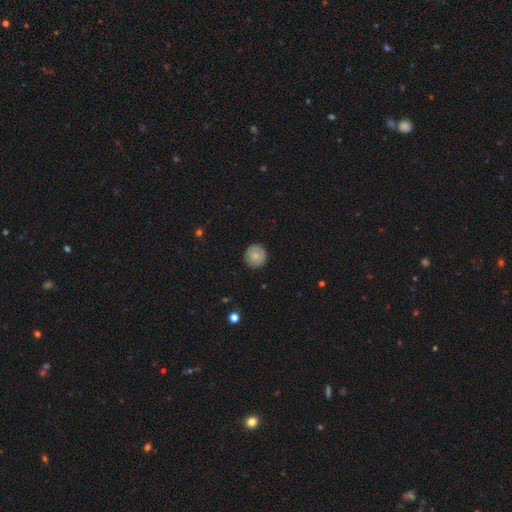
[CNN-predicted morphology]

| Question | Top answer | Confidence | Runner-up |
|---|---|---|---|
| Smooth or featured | smooth | 71% | featured or disk (22%) |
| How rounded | round | 94% | in between (5%) |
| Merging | none | 87% | minor disturbance (10%) |